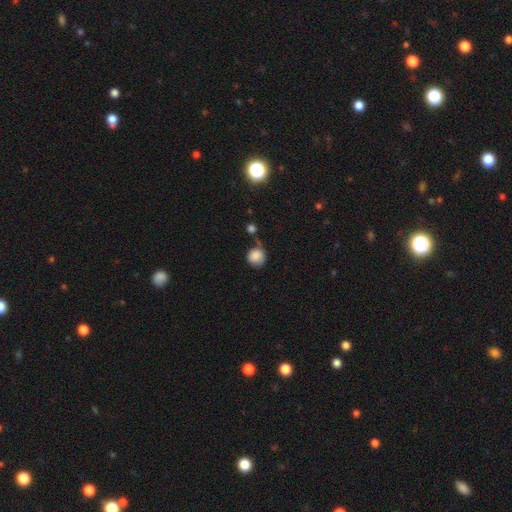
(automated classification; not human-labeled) Q: Smooth or featured?
A: smooth (85%); runner-up: star or artifact (9%)
Q: How rounded?
A: round (87%); runner-up: in between (12%)
Q: Merging?
A: none (53%); runner-up: minor disturbance (24%)